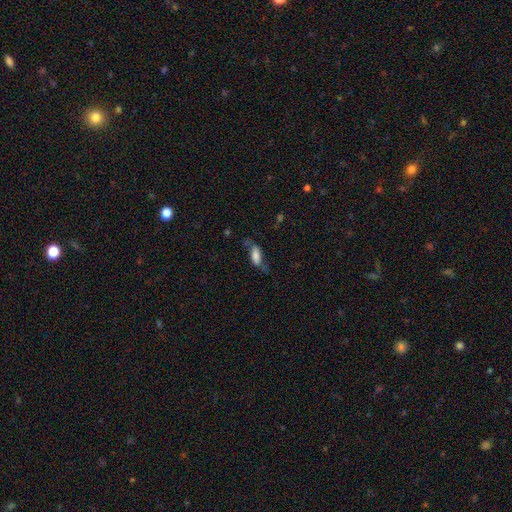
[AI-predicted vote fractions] Morphology: type=smooth (66%); roundness=in between (75%); merging=none (51%).